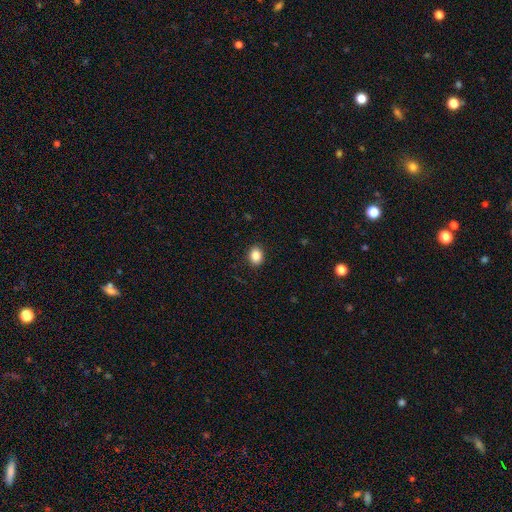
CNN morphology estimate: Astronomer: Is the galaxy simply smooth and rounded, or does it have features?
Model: smooth — 86%.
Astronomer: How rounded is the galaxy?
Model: round — 50% (runner-up: in between, 49%).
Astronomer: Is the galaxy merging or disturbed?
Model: none — 90%.